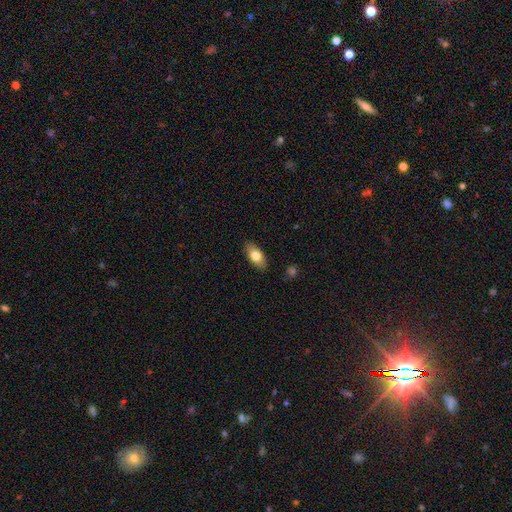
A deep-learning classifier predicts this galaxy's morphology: This appears to be a smooth galaxy with no disk features (75%) that is in between round and cigar-shaped (88%). Merging: none (87%).